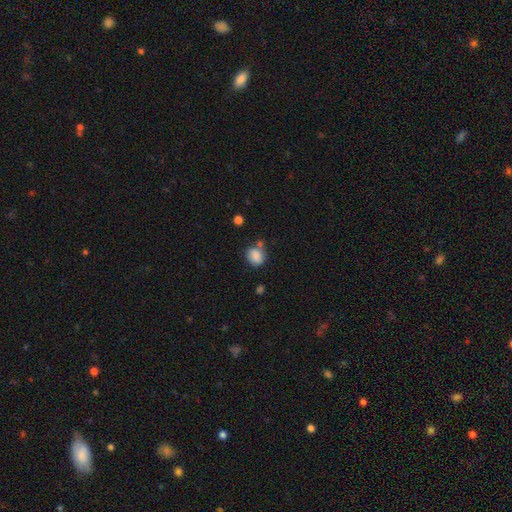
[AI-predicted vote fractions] Morphology: type=smooth (85%); roundness=round (52%); merging=none (61%).